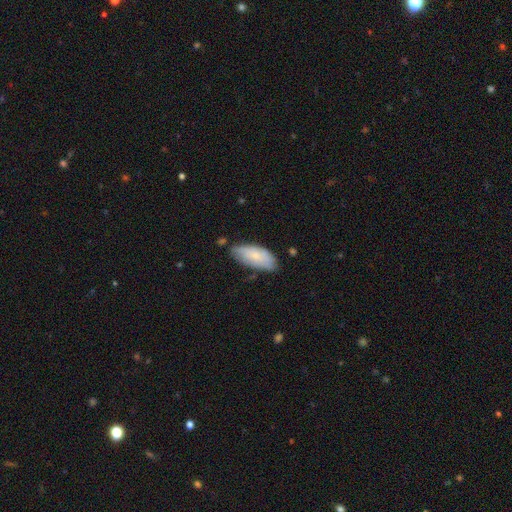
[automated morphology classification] Smooth or featured: smooth — 71% (featured or disk — 23%)
How rounded: in between — 88% (cigar-shaped — 10%)
Merging: none — 62% (minor disturbance — 29%)